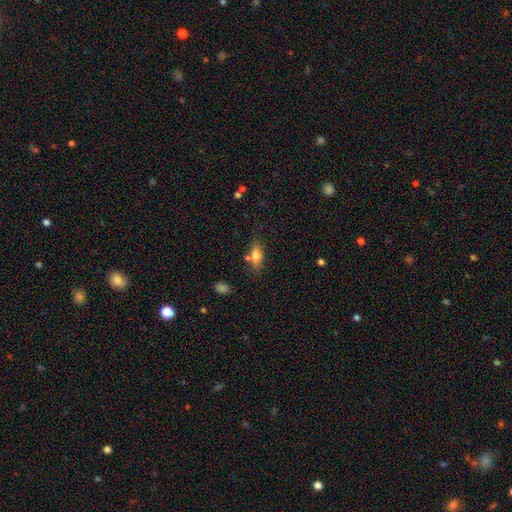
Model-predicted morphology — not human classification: A smooth galaxy with no disk features (71%) that is in between round and cigar-shaped (75%).

Vote fractions:
- Smooth or featured? smooth: 71% / featured or disk: 20% / star or artifact: 9%
- How rounded? in between: 75% / cigar-shaped: 20% / round: 5%
- Merging? none: 67% / minor disturbance: 16% / merger: 12% / major disturbance: 5%